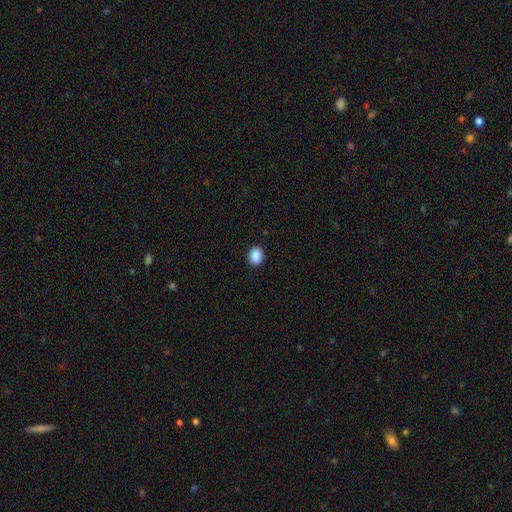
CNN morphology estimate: smooth_or_featured: smooth (p=0.89) [alt: star or artifact p=0.08]
how_rounded: in between (p=0.62) [alt: round p=0.37]
merging: none (p=0.90) [alt: minor disturbance p=0.07]